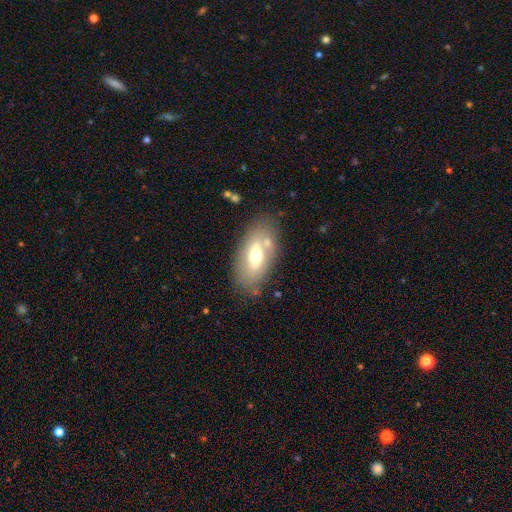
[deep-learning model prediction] smooth 52%, featured or disk 40%, star or artifact 8%. Down the decision tree: how rounded — in between (89%); merging — none (70%).